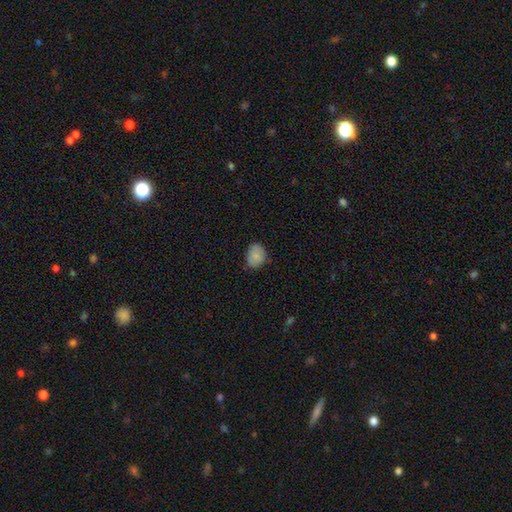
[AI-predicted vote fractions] smooth_or_featured: smooth (p=0.85) [alt: star or artifact p=0.08]
how_rounded: in between (p=0.51) [alt: round p=0.48]
merging: none (p=0.76) [alt: minor disturbance p=0.20]